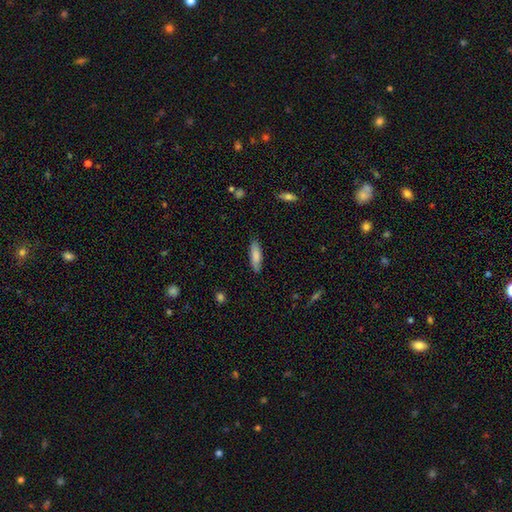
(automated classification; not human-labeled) Morphology: type=smooth (81%); roundness=cigar-shaped (59%); merging=none (85%).